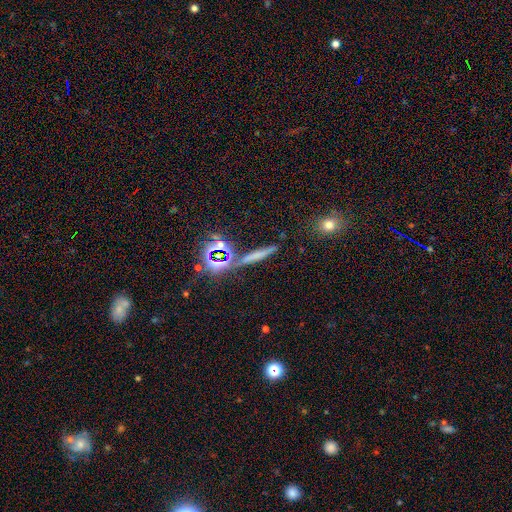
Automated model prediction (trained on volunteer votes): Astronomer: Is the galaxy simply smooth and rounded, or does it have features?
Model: smooth — 48% (runner-up: star or artifact, 30%).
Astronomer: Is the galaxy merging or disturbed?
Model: none — 76%.